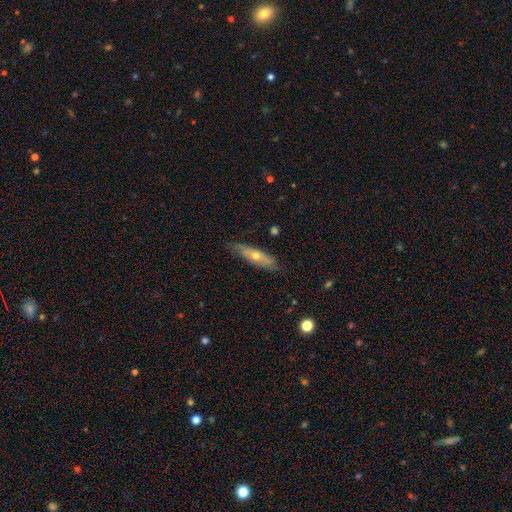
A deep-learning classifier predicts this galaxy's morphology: Overall: featured or disk (53%; smooth 41%). Edge-on disk: yes (58%; no 42%). Merging: none (77%).